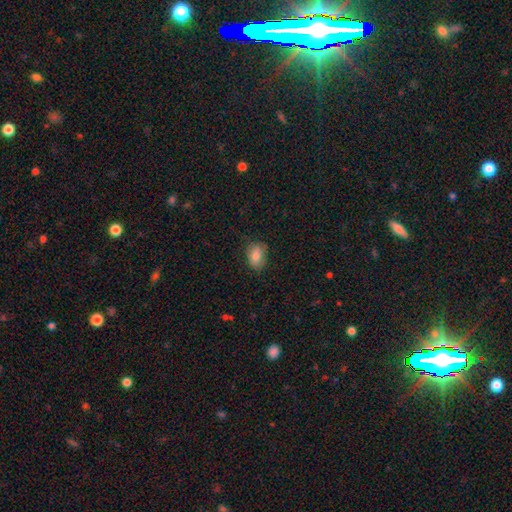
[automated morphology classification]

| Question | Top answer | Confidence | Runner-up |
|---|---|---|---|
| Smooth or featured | smooth | 82% | featured or disk (10%) |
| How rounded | in between | 80% | round (19%) |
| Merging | none | 73% | minor disturbance (21%) |